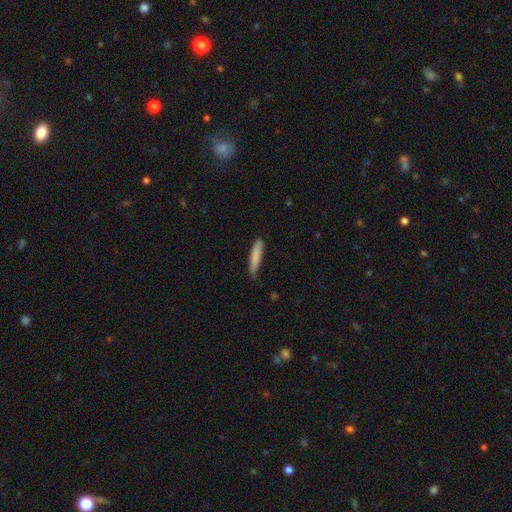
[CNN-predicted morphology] This appears to be a smooth galaxy with no disk features (82%) that is cigar-shaped (90%). Merging: none (78%).